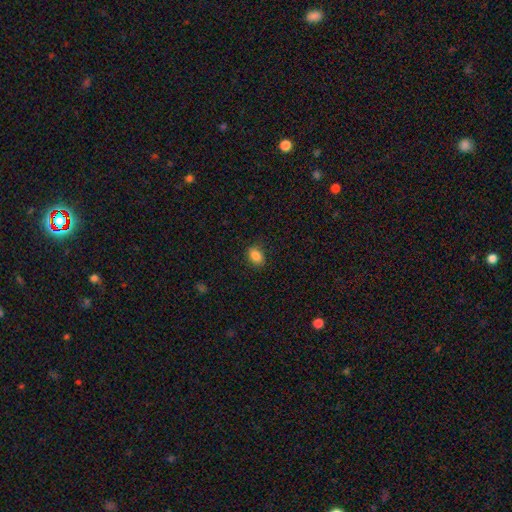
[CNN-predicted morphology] This appears to be a smooth galaxy with no disk features (86%) that is in between round and cigar-shaped (75%). Merging: none (86%).